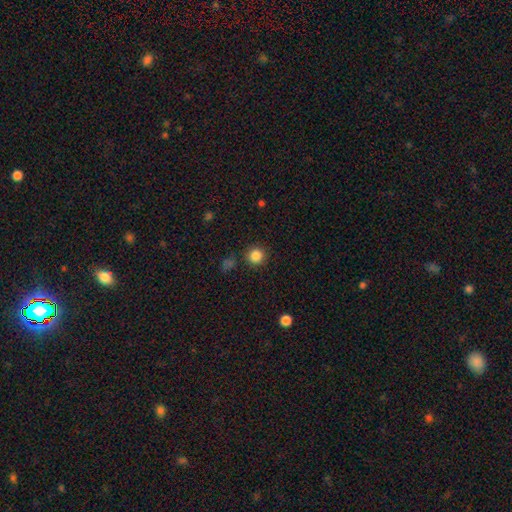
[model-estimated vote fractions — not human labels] A smooth galaxy with no disk features (85%) that is round (94%). Merging: none (88%).